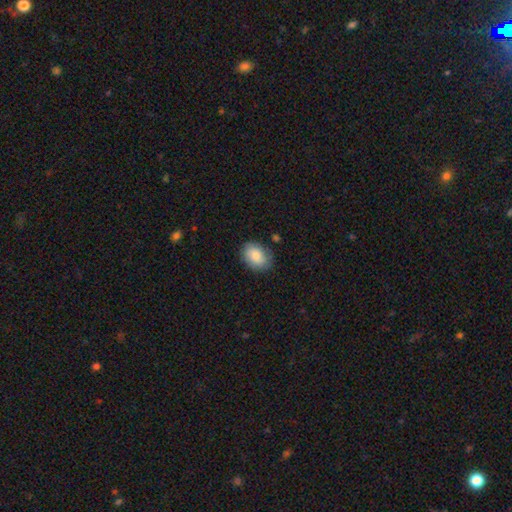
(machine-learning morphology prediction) smooth_or_featured: smooth (p=0.79) [alt: featured or disk p=0.14]
how_rounded: in between (p=0.67) [alt: round p=0.32]
merging: none (p=0.77) [alt: minor disturbance p=0.17]